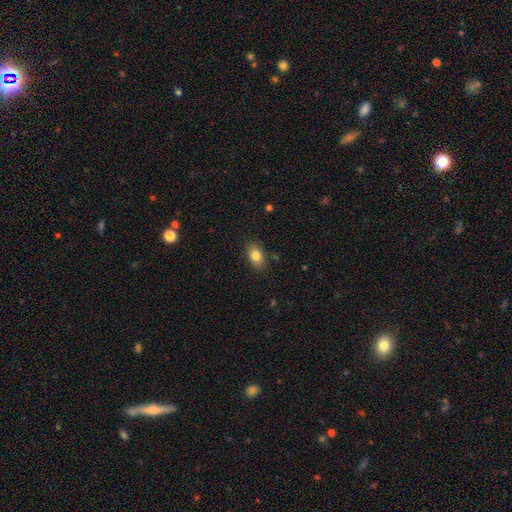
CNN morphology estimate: This appears to be a smooth galaxy with no disk features (83%) that is in between round and cigar-shaped (85%). Merging: none (85%).